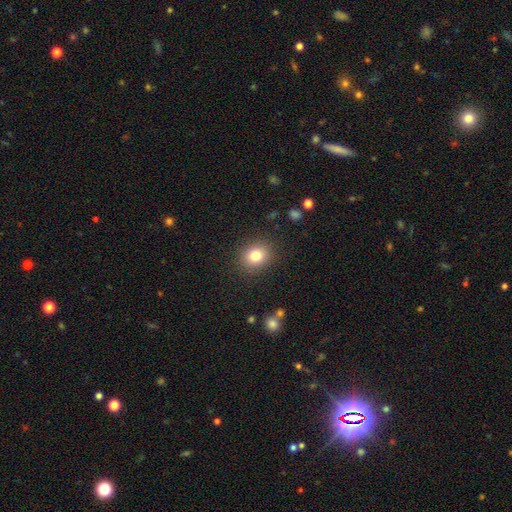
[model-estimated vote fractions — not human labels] The model was most divided on "how rounded": round: 72%, in between: 27%, cigar-shaped: 1%. More confident: merging — none (88%); smooth or featured — smooth (80%).